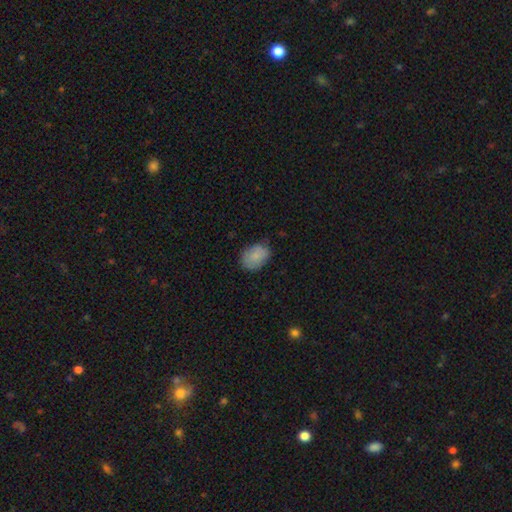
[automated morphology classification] A smooth galaxy with no disk features (83%) that is in between round and cigar-shaped (73%). Merging: none (71%).